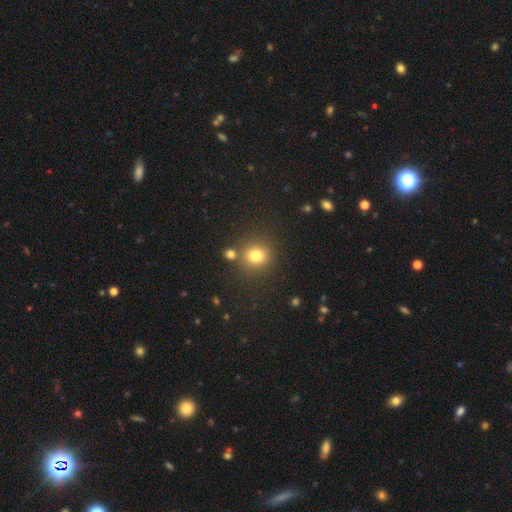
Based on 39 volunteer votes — Smooth or featured?
  - smooth: 95% *
  - star or artifact: 5%
  - featured or disk: 0%
How rounded?
  - round: 92% *
  - in between: 8%
  - cigar-shaped: 0%
Merging?
  - none: 59% *
  - merger: 27%
  - minor disturbance: 11%
  - major disturbance: 3%